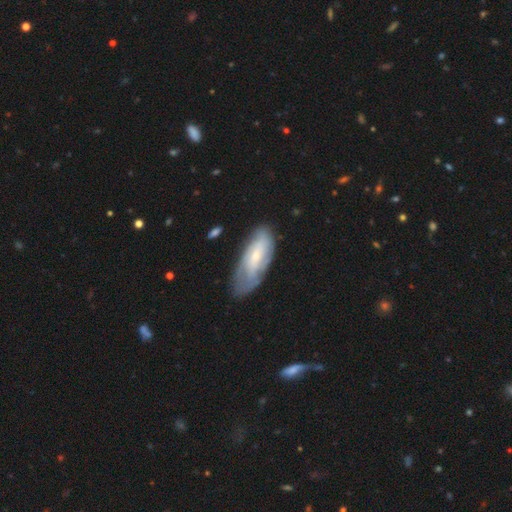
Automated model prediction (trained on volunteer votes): This is possibly a featured or disk galaxy (52%). It is clearly not viewed edge-on (84%). Merging: likely none (61%).